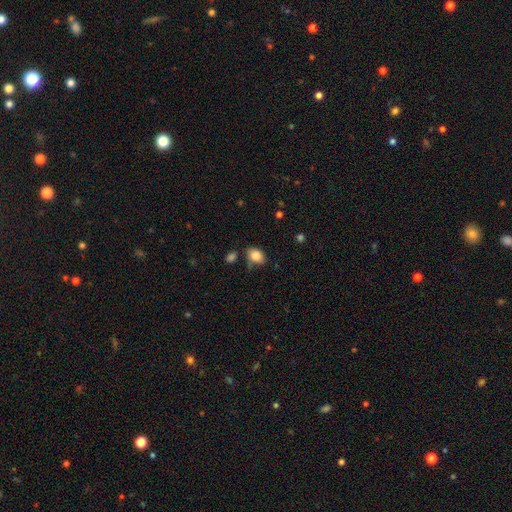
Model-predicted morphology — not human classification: Q: Smooth or featured?
A: smooth (82%); runner-up: featured or disk (9%)
Q: How rounded?
A: in between (77%); runner-up: round (22%)
Q: Merging?
A: none (65%); runner-up: minor disturbance (23%)